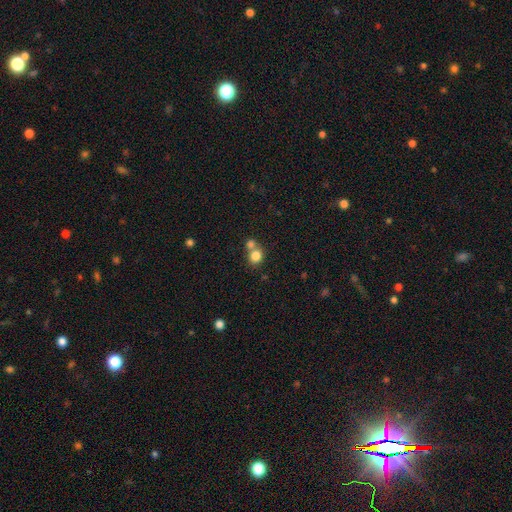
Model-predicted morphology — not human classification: Smooth or featured?
  - smooth: 82% *
  - star or artifact: 10%
  - featured or disk: 8%
How rounded?
  - round: 75% *
  - in between: 24%
  - cigar-shaped: 1%
Merging?
  - merger: 47% *
  - none: 44%
  - minor disturbance: 7%
  - major disturbance: 3%